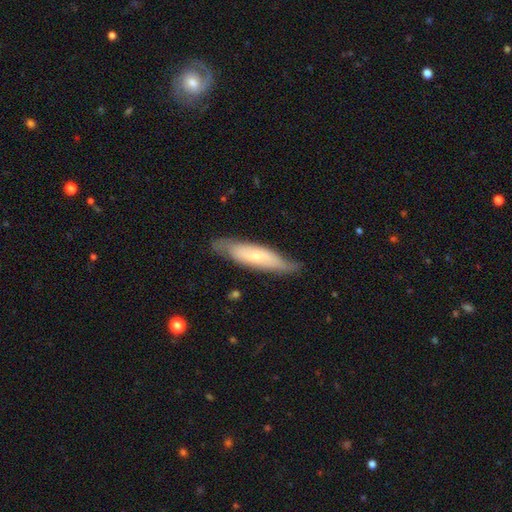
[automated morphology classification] smooth_or_featured: featured or disk (p=0.50) [alt: smooth p=0.44]
merging: none (p=0.75) [alt: minor disturbance p=0.19]